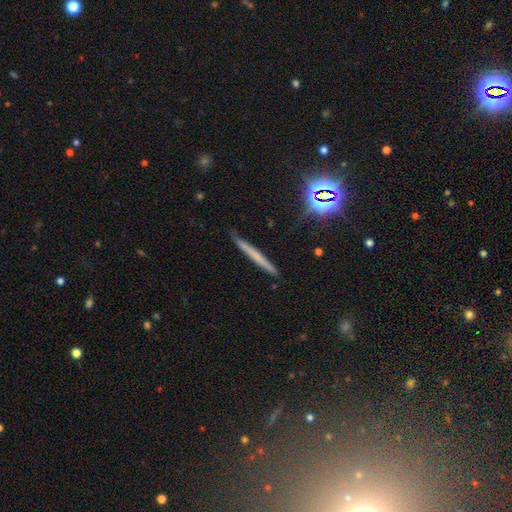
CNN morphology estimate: Smooth or featured? Predicted: smooth (p=0.51). How rounded? Predicted: cigar-shaped (p=0.96). Merging? Predicted: none (p=0.86).